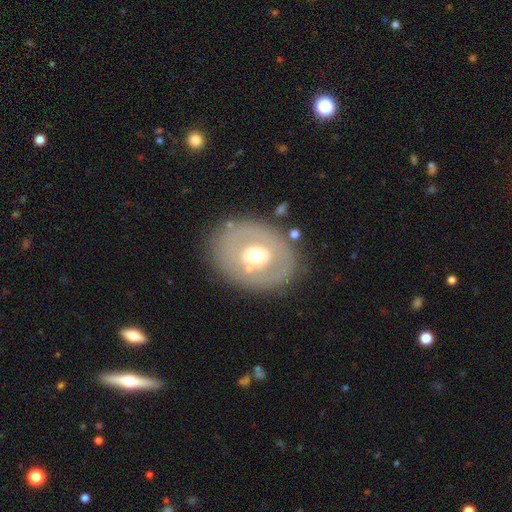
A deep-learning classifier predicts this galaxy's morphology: The model was most divided on "smooth or featured": featured or disk: 49%, smooth: 43%, star or artifact: 7%. More confident: merging — none (80%).